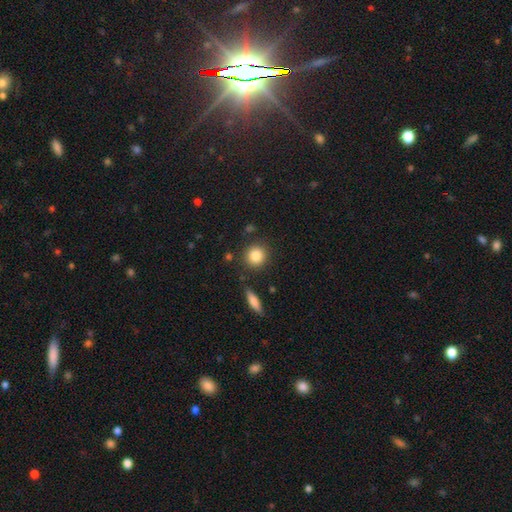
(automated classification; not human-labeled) Morphology: type=smooth (85%); roundness=round (87%); merging=none (86%).